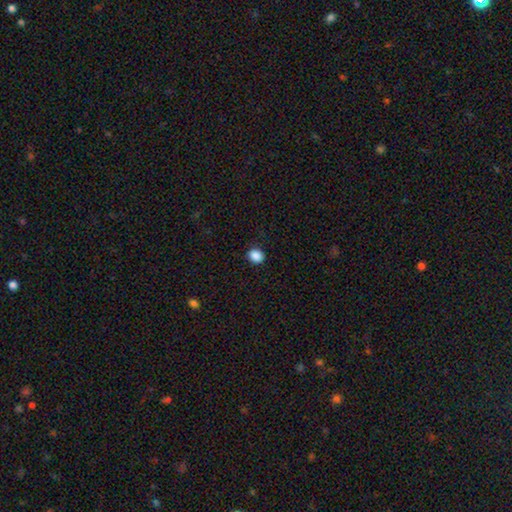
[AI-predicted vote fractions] Q: Smooth or featured?
A: smooth (88%); runner-up: star or artifact (9%)
Q: How rounded?
A: round (61%); runner-up: in between (38%)
Q: Merging?
A: none (89%); runner-up: minor disturbance (8%)